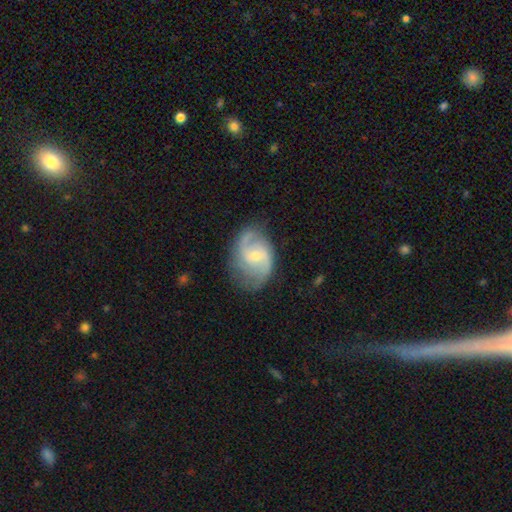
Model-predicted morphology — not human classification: A featured or disk galaxy (83%) with no bar (47%), 2 (82%) medium (51%) spiral arms (96%) and a small central bulge (54%).

Vote fractions:
- Smooth or featured? featured or disk: 83% / smooth: 11% / star or artifact: 6%
- Edge-on disk? no: 97% / yes: 3%
- Bar? no: 47% / weak: 44% / strong: 9%
- Spiral arms? yes: 96% / no: 4%
- Spiral winding? medium: 51% / loose: 28% / tight: 21%
- Spiral arm count? 2: 82% / can't tell: 7% / 3: 5% / 1: 3% / 4: 2% / more than 4: 2%
- Bulge size? small: 54% / moderate: 42% / none: 2% / large: 2% / dominant: 1%
- Merging? none: 73% / minor disturbance: 19% / major disturbance: 7% / merger: 1%